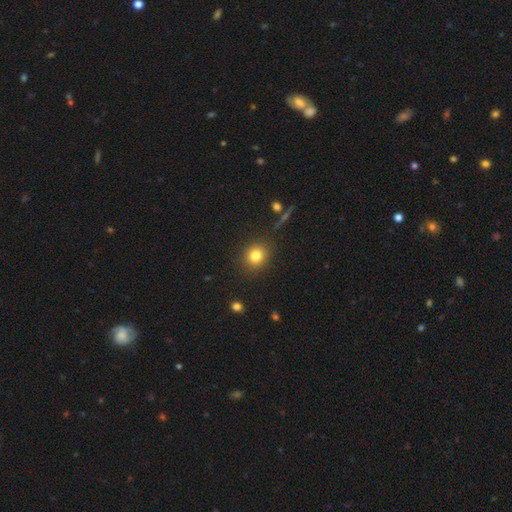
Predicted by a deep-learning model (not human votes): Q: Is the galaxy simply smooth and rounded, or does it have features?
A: smooth — 80%.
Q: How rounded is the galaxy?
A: round — 80%.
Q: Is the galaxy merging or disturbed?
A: none — 88%.